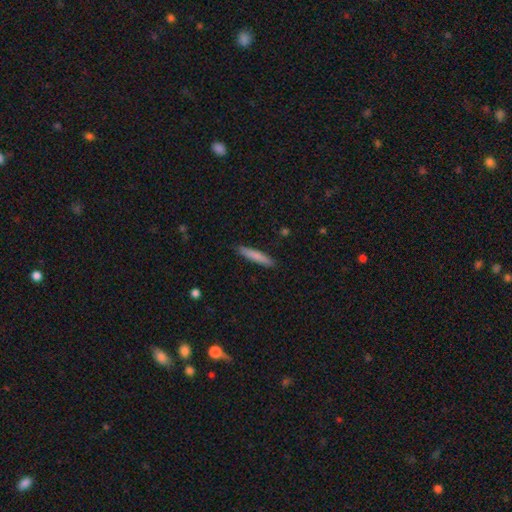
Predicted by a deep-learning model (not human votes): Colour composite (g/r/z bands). It shows a smooth galaxy with no disk features (80%) that is cigar-shaped (91%). Merging: none (90%).